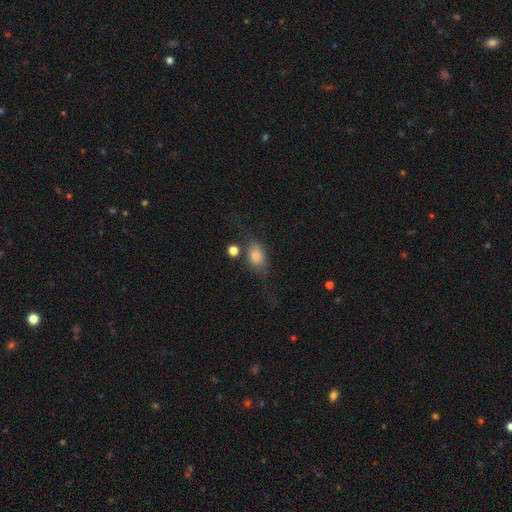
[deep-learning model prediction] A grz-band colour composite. It shows a smooth galaxy with no disk features (78%) that is in between round and cigar-shaped (75%). Merging: none (51%).